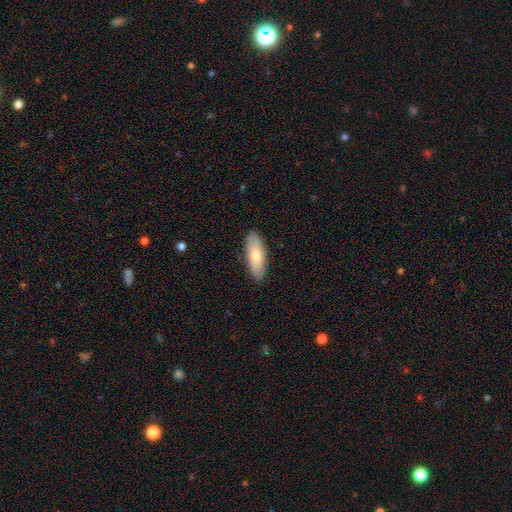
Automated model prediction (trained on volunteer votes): A smooth galaxy with no disk features (74%) that is in between round and cigar-shaped (72%).

Vote fractions:
- Smooth or featured? smooth: 74% / featured or disk: 20% / star or artifact: 6%
- How rounded? in between: 72% / cigar-shaped: 26% / round: 2%
- Merging? none: 89% / minor disturbance: 9% / major disturbance: 2% / merger: 1%